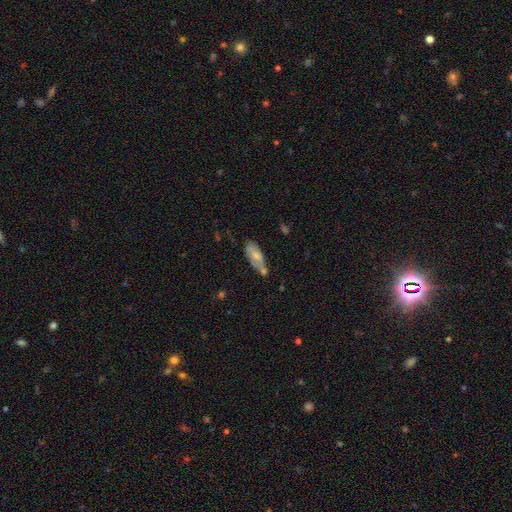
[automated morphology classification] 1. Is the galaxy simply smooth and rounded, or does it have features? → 68% smooth, 26% featured or disk, 7% star or artifact.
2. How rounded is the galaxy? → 74% in between, 23% cigar-shaped, 2% round.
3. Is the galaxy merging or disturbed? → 40% none, 29% minor disturbance, 21% merger, 9% major disturbance.